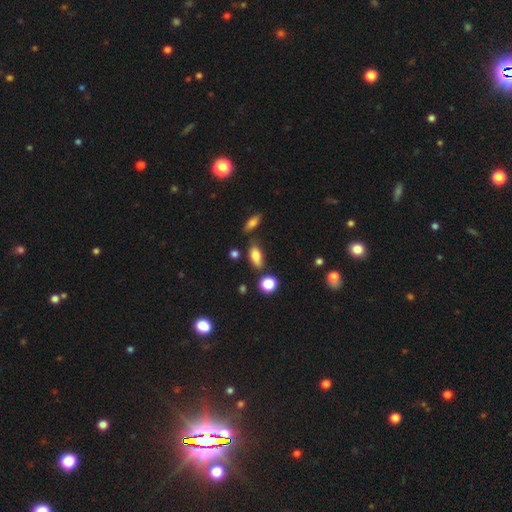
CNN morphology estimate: This appears to be a smooth galaxy with no disk features (77%) that is in between round and cigar-shaped (80%). Merging: none (70%).